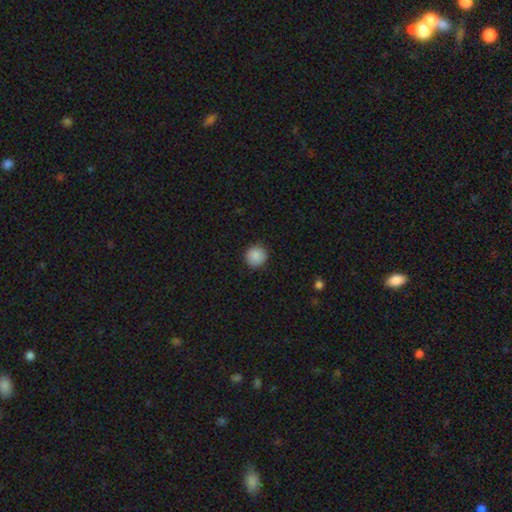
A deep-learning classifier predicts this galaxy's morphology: A smooth galaxy with no disk features (88%) that is round (94%).

Vote fractions:
- Smooth or featured? smooth: 88% / star or artifact: 8% / featured or disk: 3%
- How rounded? round: 94% / in between: 5% / cigar-shaped: 1%
- Merging? none: 91% / minor disturbance: 6% / major disturbance: 2% / merger: 1%